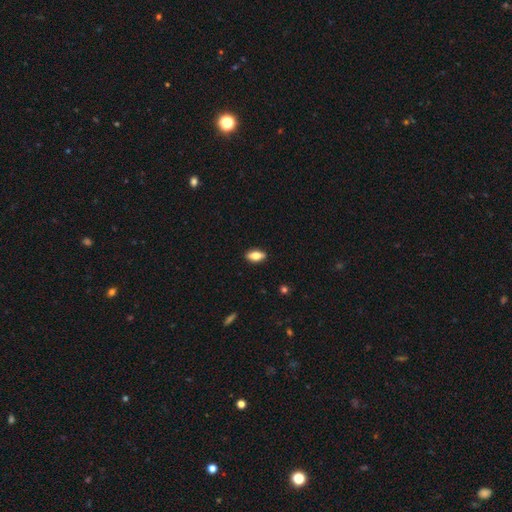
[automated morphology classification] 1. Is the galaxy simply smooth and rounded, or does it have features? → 75% smooth, 17% featured or disk, 7% star or artifact.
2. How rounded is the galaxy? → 87% in between, 9% cigar-shaped, 4% round.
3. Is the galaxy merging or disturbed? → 89% none, 9% minor disturbance, 2% major disturbance, 1% merger.